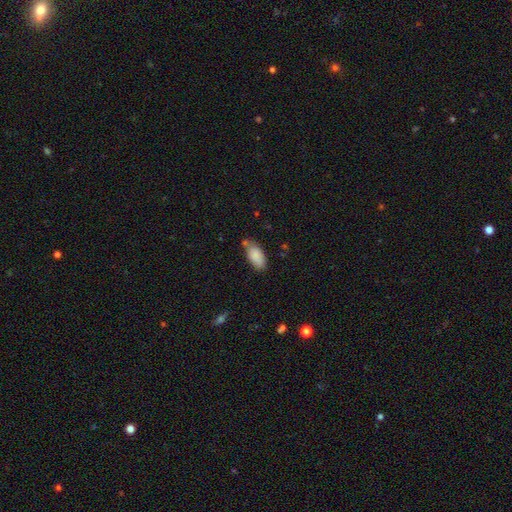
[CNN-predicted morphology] Smooth or featured? Predicted: smooth (p=0.86). How rounded? Predicted: in between (p=0.91). Merging? Predicted: none (p=0.60).